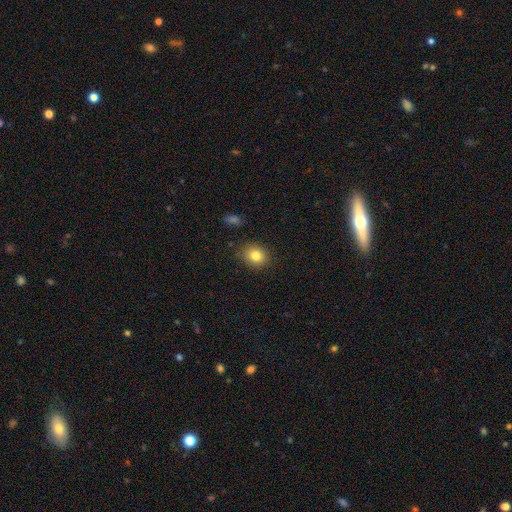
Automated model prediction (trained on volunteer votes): Smooth or featured: smooth — 82% (star or artifact — 10%)
How rounded: round — 60% (in between — 39%)
Merging: none — 86% (minor disturbance — 10%)